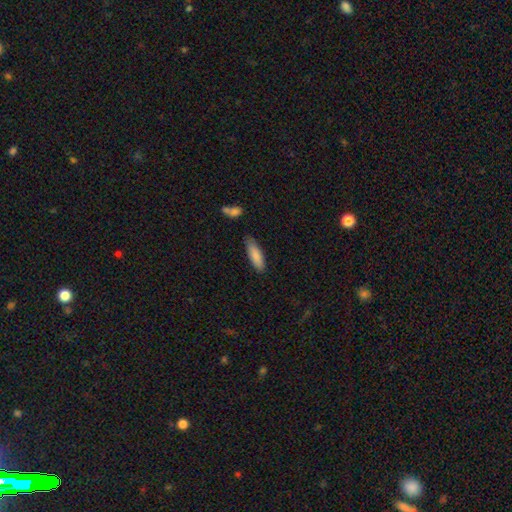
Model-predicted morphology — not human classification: smooth 86%, featured or disk 8%, star or artifact 6%. Down the decision tree: how rounded — cigar-shaped (52%); merging — none (77%).